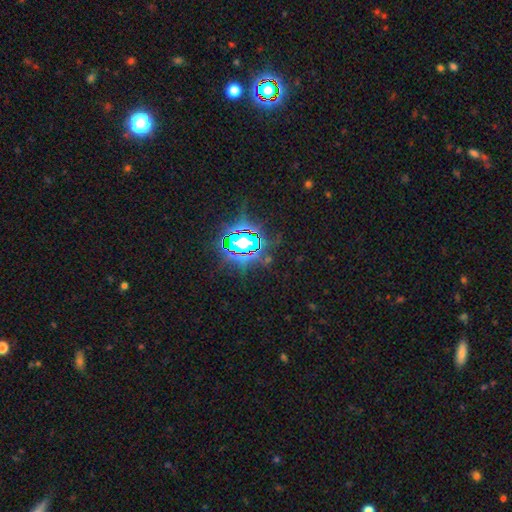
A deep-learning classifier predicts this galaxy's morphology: Q: Smooth or featured?
A: star or artifact (82%); runner-up: smooth (11%)